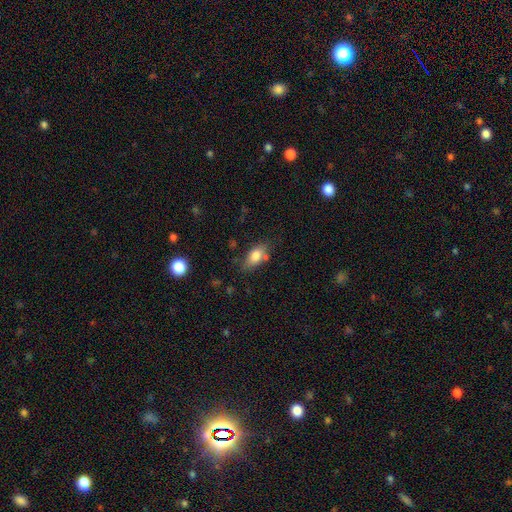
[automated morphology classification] type=smooth (78%); roundness=in between (86%); merging=none (67%).